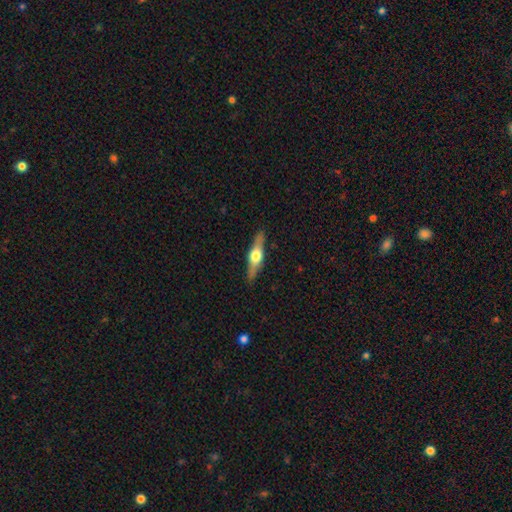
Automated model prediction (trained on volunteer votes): smooth_or_featured: featured or disk (p=0.65) [alt: smooth p=0.29]
disk_edge_on: yes (p=0.96) [alt: no p=0.04]
edge_on_bulge: rounded (p=0.95) [alt: boxy p=0.04]
merging: none (p=0.90) [alt: minor disturbance p=0.08]